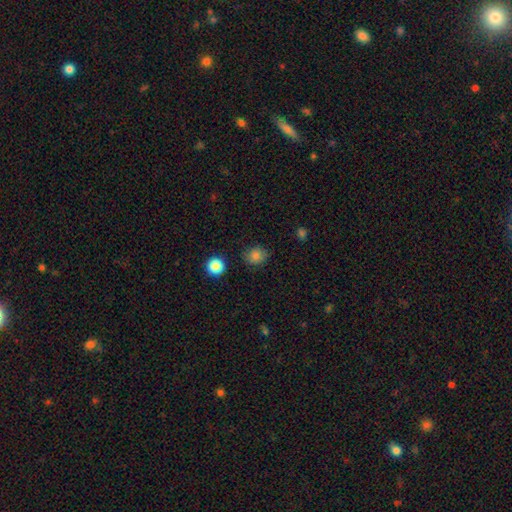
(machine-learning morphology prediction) A smooth galaxy with no disk features (82%) that is round (76%).

Vote fractions:
- Smooth or featured? smooth: 82% / star or artifact: 12% / featured or disk: 6%
- How rounded? round: 76% / in between: 23% / cigar-shaped: 1%
- Merging? none: 83% / minor disturbance: 12% / major disturbance: 3% / merger: 2%